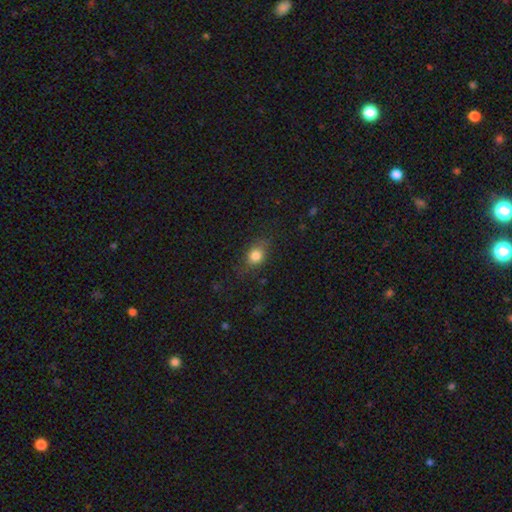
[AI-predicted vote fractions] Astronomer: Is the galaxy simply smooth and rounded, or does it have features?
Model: smooth — 81%.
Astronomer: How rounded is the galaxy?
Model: in between — 57% (runner-up: round, 41%).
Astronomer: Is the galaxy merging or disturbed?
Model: none — 74%.